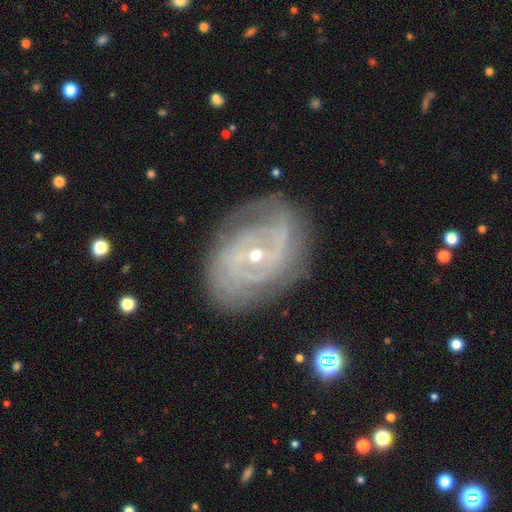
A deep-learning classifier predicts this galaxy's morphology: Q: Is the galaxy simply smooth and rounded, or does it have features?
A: featured or disk — 86%.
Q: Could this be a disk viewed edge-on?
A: no — 96%.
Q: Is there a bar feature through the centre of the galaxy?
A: no — 45%.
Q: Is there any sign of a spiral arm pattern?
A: yes — 93%.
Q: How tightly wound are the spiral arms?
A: tight — 67%.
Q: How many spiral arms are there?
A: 2 — 32%.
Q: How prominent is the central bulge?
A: small — 61%.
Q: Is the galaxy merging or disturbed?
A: none — 75%.